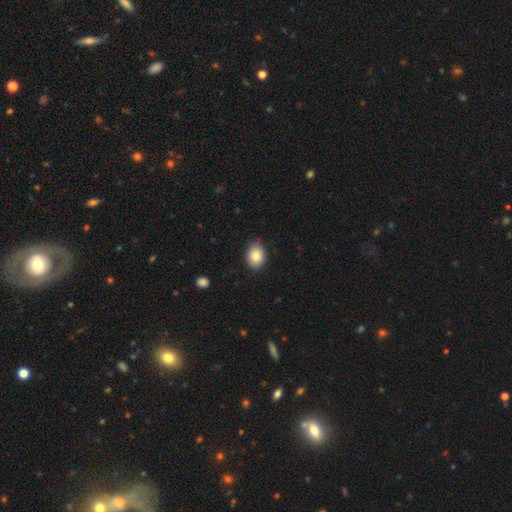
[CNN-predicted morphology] Q: Smooth or featured?
A: smooth (85%); runner-up: star or artifact (8%)
Q: How rounded?
A: in between (65%); runner-up: round (34%)
Q: Merging?
A: none (86%); runner-up: minor disturbance (11%)